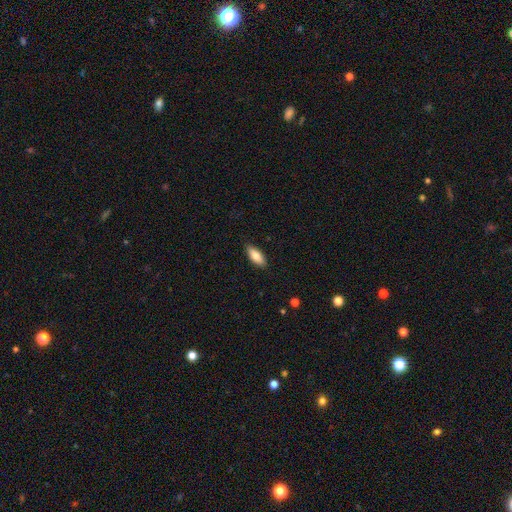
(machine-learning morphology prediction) Q: Smooth or featured?
A: smooth (81%); runner-up: featured or disk (13%)
Q: How rounded?
A: in between (79%); runner-up: cigar-shaped (19%)
Q: Merging?
A: none (89%); runner-up: minor disturbance (9%)